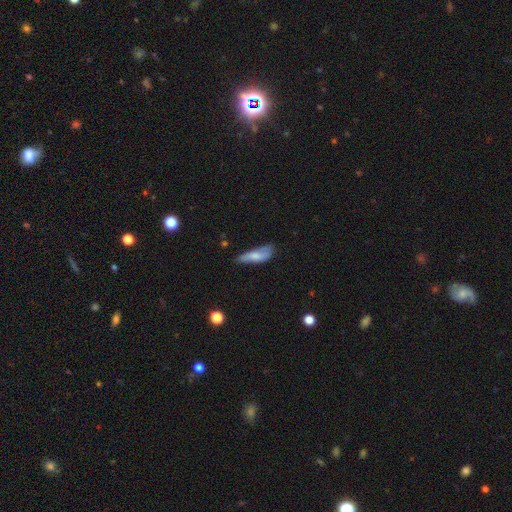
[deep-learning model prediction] A smooth galaxy with no disk features (66%) that is in between round and cigar-shaped (56%). Merging: none (41%).